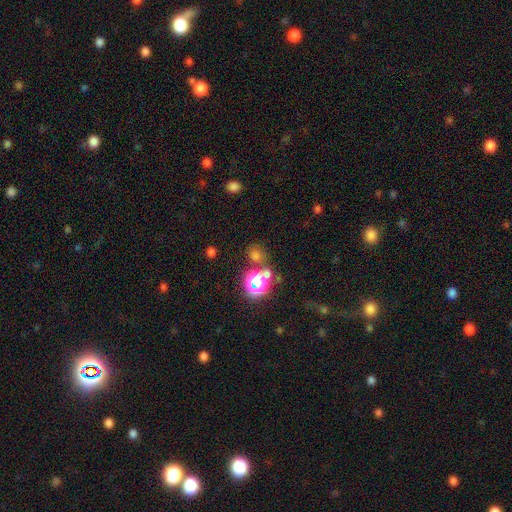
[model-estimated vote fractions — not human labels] Smooth or featured? Predicted: smooth (p=0.62). How rounded? Predicted: round (p=0.82). Merging? Predicted: none (p=0.71).